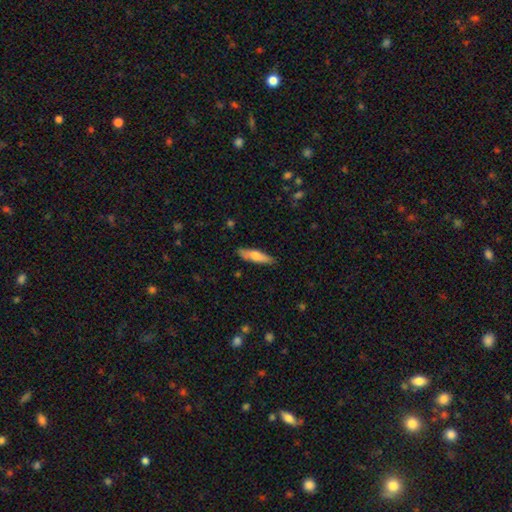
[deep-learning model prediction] smooth_or_featured: smooth (p=0.62) [alt: featured or disk p=0.32]
how_rounded: cigar-shaped (p=0.71) [alt: in between p=0.27]
merging: none (p=0.84) [alt: minor disturbance p=0.12]